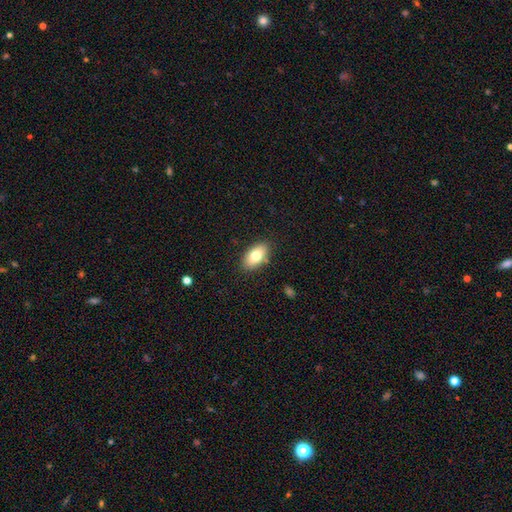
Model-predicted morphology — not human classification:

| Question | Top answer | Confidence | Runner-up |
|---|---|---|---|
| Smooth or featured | smooth | 75% | featured or disk (17%) |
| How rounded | in between | 92% | round (6%) |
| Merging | none | 85% | minor disturbance (10%) |